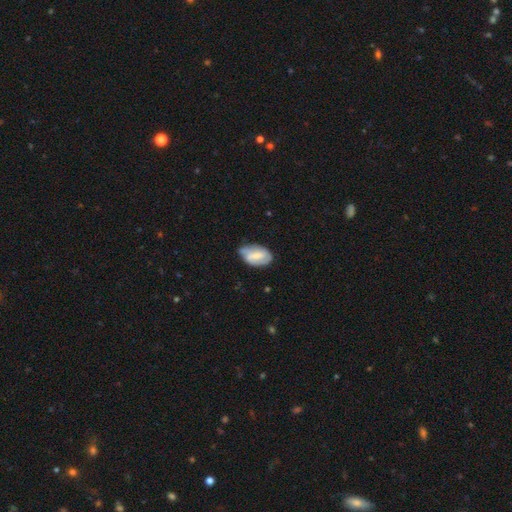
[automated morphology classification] Smooth or featured?
  - featured or disk: 48% *
  - smooth: 45%
  - star or artifact: 7%
Merging?
  - none: 52% *
  - minor disturbance: 35%
  - major disturbance: 9%
  - merger: 4%